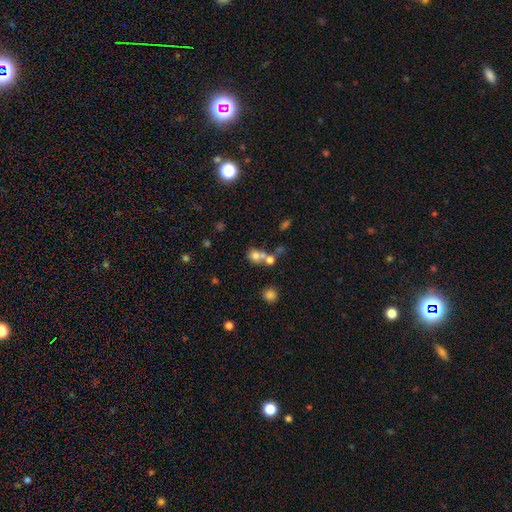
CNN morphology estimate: Q: Smooth or featured?
A: smooth (67%); runner-up: featured or disk (17%)
Q: How rounded?
A: round (73%); runner-up: in between (26%)
Q: Merging?
A: merger (53%); runner-up: none (34%)